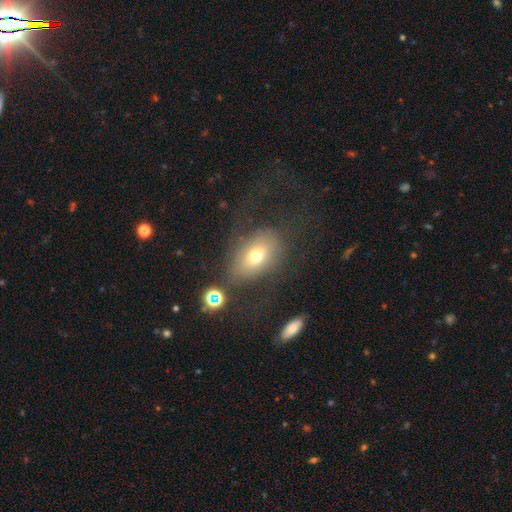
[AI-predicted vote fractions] Morphology: type=smooth (66%); roundness=in between (74%); merging=none (60%).